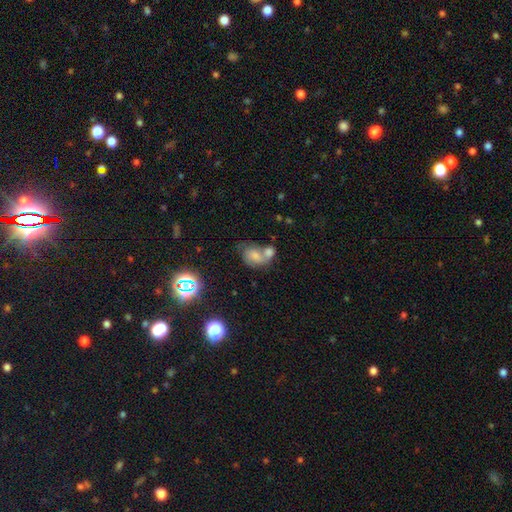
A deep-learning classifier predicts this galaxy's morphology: Overall: smooth (58%; featured or disk 26%). How rounded: in between (70%). Merging: merger (60%; none 21%).